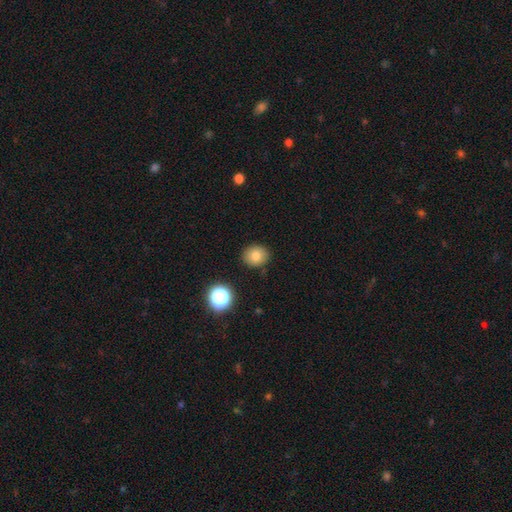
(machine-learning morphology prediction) This appears to be a smooth galaxy with no disk features (79%) that is round (65%). Merging: none (87%).